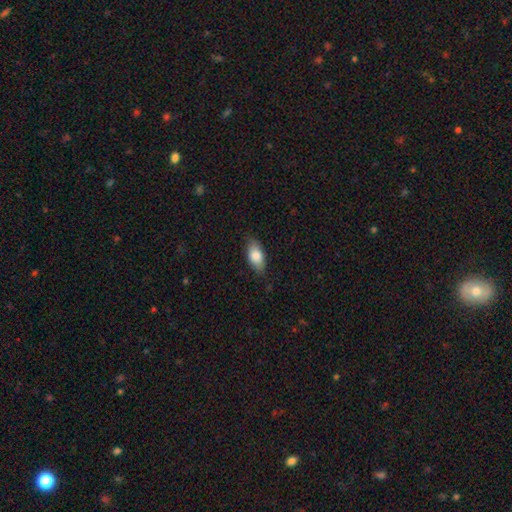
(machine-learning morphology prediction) smooth 81%, featured or disk 13%, star or artifact 7%. Down the decision tree: how rounded — in between (89%); merging — none (81%).